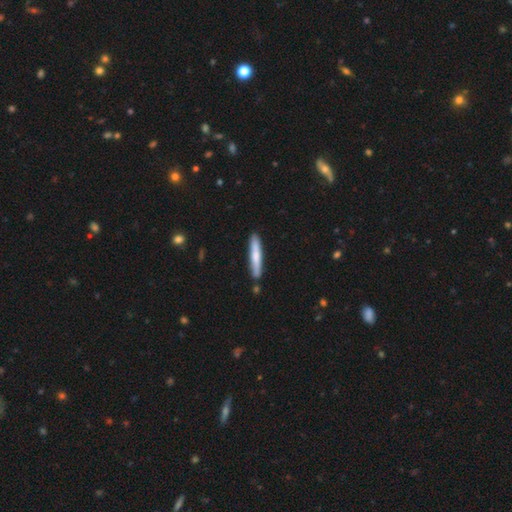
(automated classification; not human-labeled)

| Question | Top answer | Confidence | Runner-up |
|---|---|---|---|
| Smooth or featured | smooth | 68% | featured or disk (27%) |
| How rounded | cigar-shaped | 93% | in between (6%) |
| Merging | none | 85% | minor disturbance (10%) |